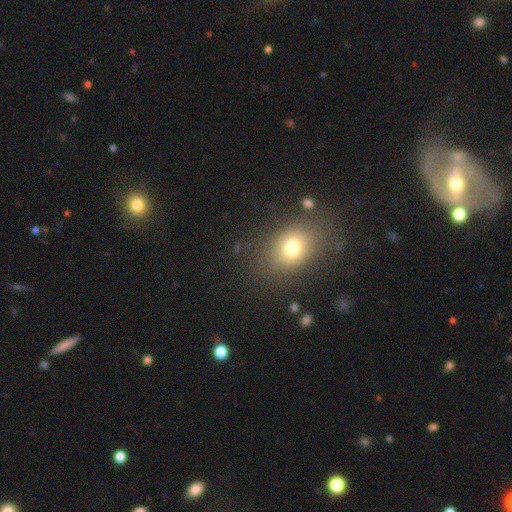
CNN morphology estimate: smooth_or_featured: smooth (p=0.57) [alt: star or artifact p=0.24]
how_rounded: in between (p=0.53) [alt: round p=0.46]
merging: none (p=0.82) [alt: minor disturbance p=0.10]